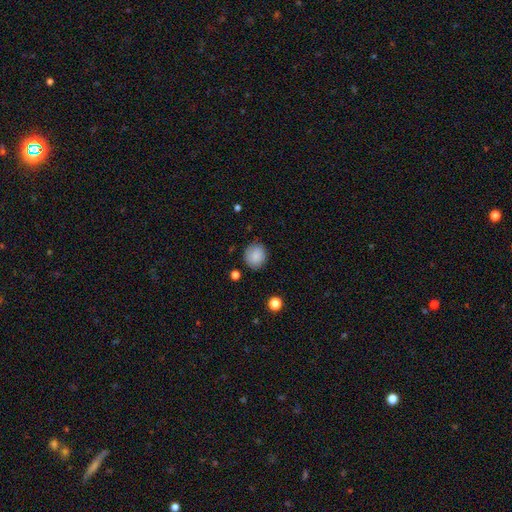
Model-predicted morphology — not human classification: smooth-or-featured: smooth: 85% | star or artifact: 8% | featured or disk: 7%
  how-rounded: round: 82% | in between: 17% | cigar-shaped: 1%
  merging: none: 80% | minor disturbance: 15% | major disturbance: 3% | merger: 2%